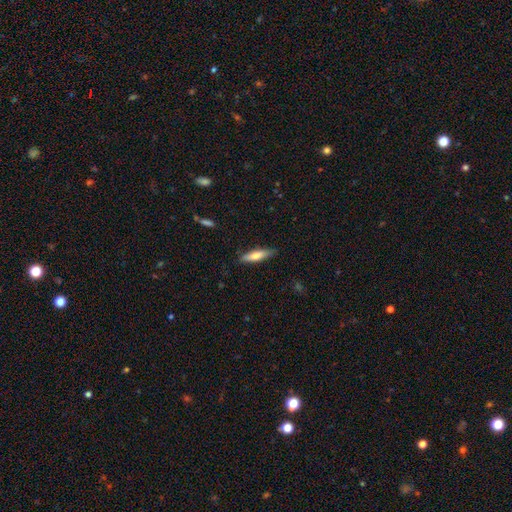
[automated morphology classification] A smooth galaxy with no disk features (66%) that is cigar-shaped (76%).

Vote fractions:
- Smooth or featured? smooth: 66% / featured or disk: 28% / star or artifact: 6%
- How rounded? cigar-shaped: 76% / in between: 23% / round: 1%
- Merging? none: 83% / minor disturbance: 14% / major disturbance: 2% / merger: 1%